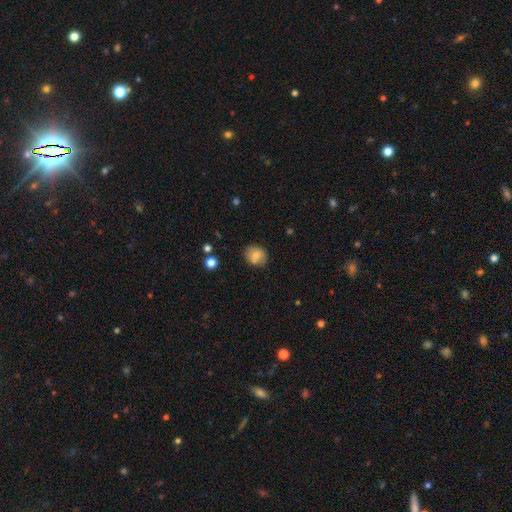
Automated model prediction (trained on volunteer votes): smooth 71%, featured or disk 20%, star or artifact 9%. Down the decision tree: how rounded — round (65%); merging — none (75%).